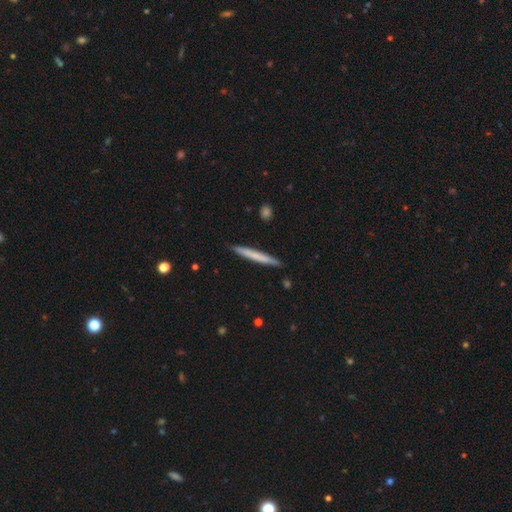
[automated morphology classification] Q: Smooth or featured?
A: smooth (61%); runner-up: featured or disk (33%)
Q: How rounded?
A: cigar-shaped (97%); runner-up: in between (2%)
Q: Merging?
A: none (89%); runner-up: minor disturbance (8%)